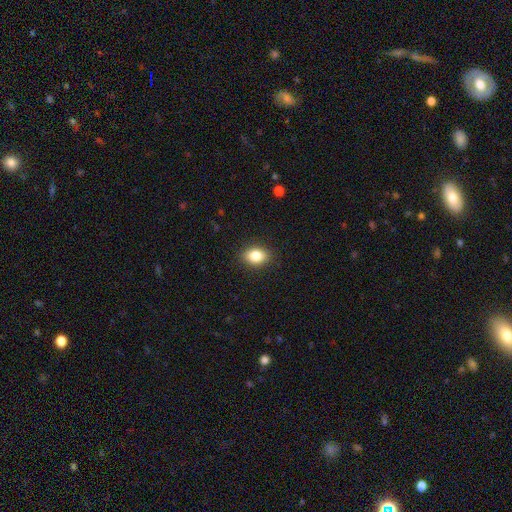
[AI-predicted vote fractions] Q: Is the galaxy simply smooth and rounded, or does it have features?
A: smooth — 84%.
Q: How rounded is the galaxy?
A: in between — 74%.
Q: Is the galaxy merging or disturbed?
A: none — 89%.